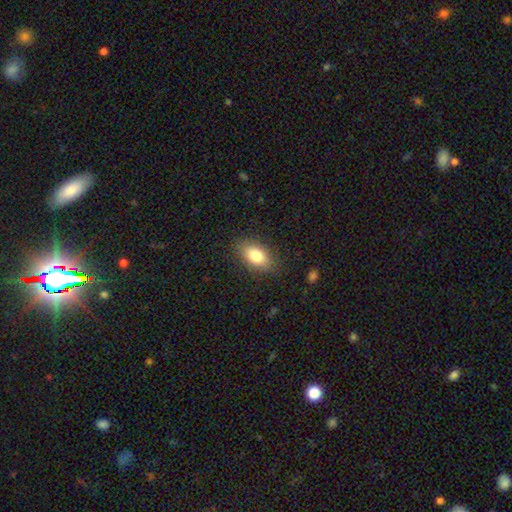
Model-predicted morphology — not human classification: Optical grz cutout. It shows a smooth galaxy with no disk features (80%) that is in between round and cigar-shaped (89%). Merging: none (84%).